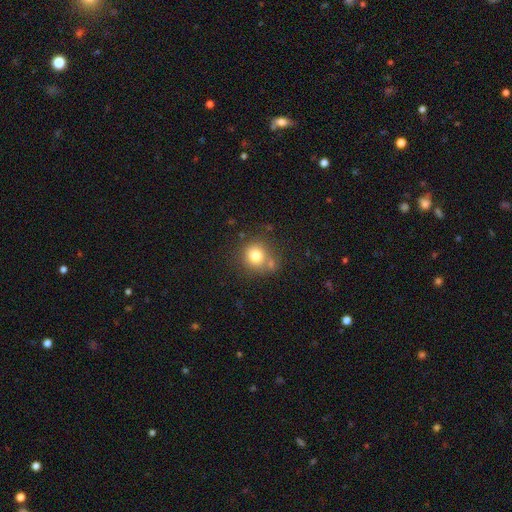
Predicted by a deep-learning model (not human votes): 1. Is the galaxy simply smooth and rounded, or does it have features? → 78% smooth, 11% star or artifact, 11% featured or disk.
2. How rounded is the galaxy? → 86% round, 13% in between, 1% cigar-shaped.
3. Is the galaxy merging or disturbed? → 62% none, 19% merger, 14% minor disturbance, 5% major disturbance.